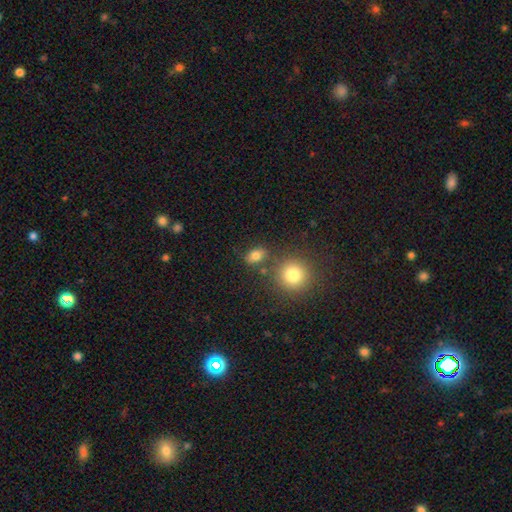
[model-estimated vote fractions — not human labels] Smooth or featured? Predicted: smooth (p=0.78). How rounded? Predicted: in between (p=0.66). Merging? Predicted: none (p=0.73).